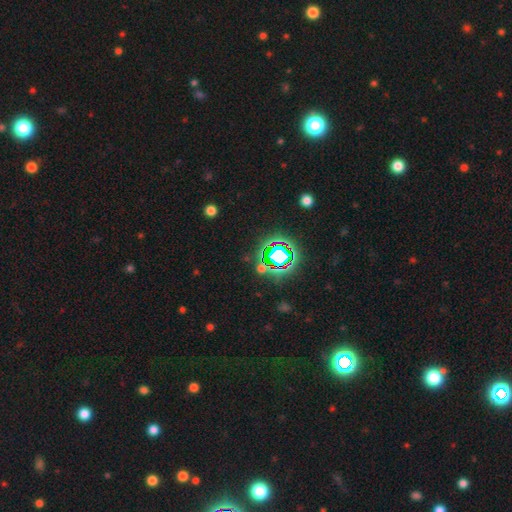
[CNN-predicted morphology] star or artifact 80%, smooth 12%, featured or disk 8%.